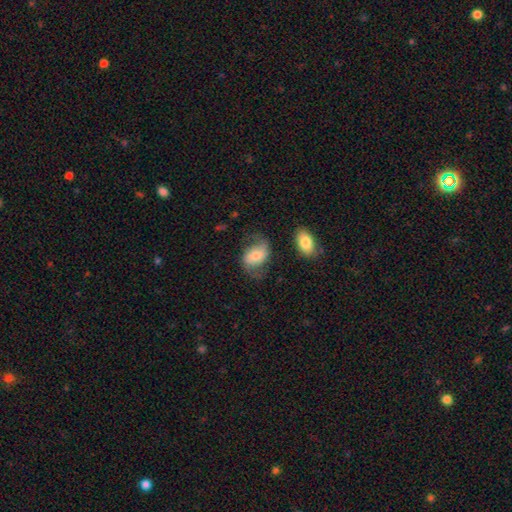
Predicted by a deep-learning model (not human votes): Smooth or featured?
  - smooth: 49% *
  - featured or disk: 43%
  - star or artifact: 7%
Merging?
  - none: 58% *
  - minor disturbance: 23%
  - major disturbance: 14%
  - merger: 4%